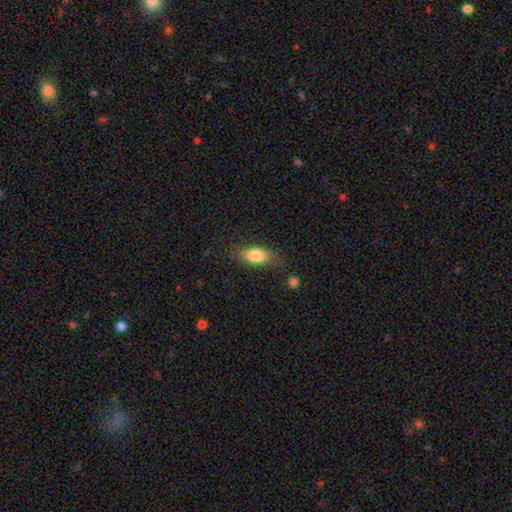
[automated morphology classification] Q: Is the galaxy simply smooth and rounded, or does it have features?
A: smooth — 80%.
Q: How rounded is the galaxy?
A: in between — 83%.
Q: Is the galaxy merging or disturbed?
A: none — 71%.